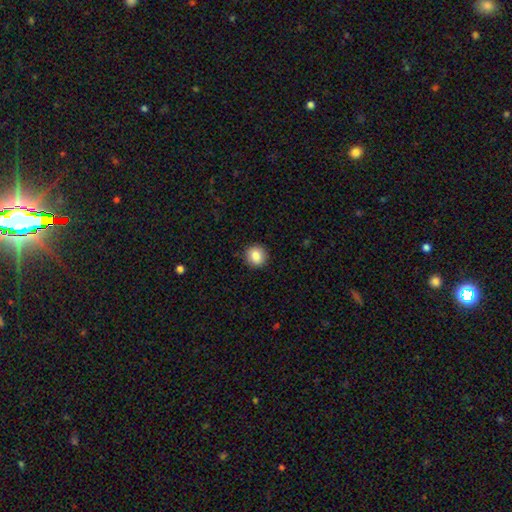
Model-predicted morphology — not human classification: type=smooth (86%); roundness=round (92%); merging=none (91%).